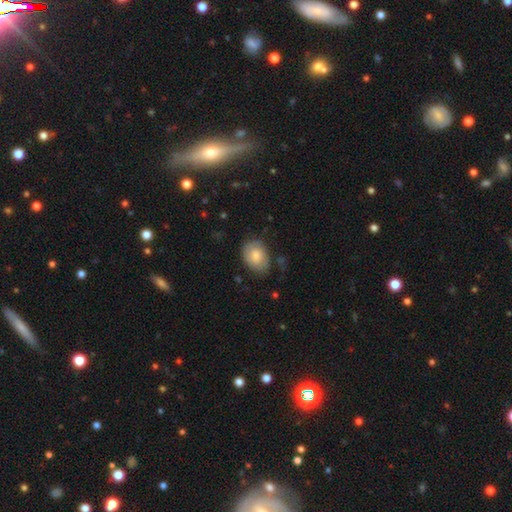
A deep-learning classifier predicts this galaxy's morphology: The model was most divided on "merging": none: 67%, minor disturbance: 24%, major disturbance: 7%, merger: 2%. More confident: how rounded — in between (74%); smooth or featured — smooth (72%).